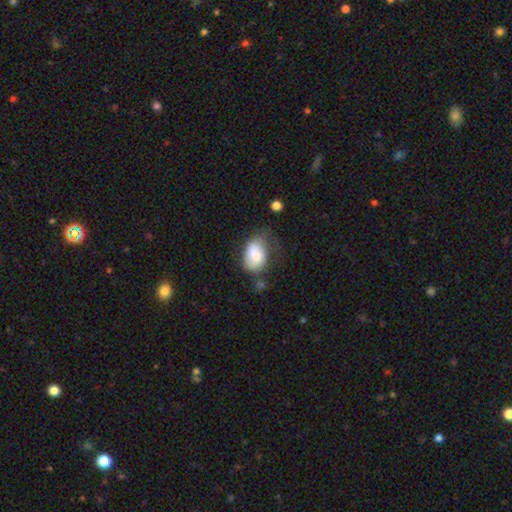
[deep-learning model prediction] Smooth or featured? Predicted: smooth (p=0.65). How rounded? Predicted: in between (p=0.80). Merging? Predicted: none (p=0.40).